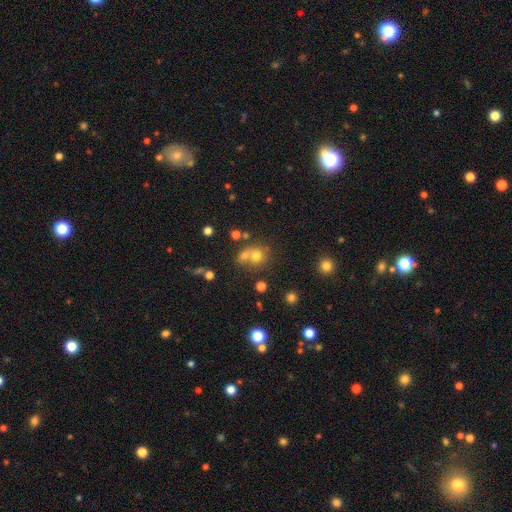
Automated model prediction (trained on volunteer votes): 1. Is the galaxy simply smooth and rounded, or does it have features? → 70% smooth, 18% star or artifact, 13% featured or disk.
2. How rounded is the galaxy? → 82% round, 17% in between, 1% cigar-shaped.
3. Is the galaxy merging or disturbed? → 46% none, 41% merger, 9% minor disturbance, 4% major disturbance.